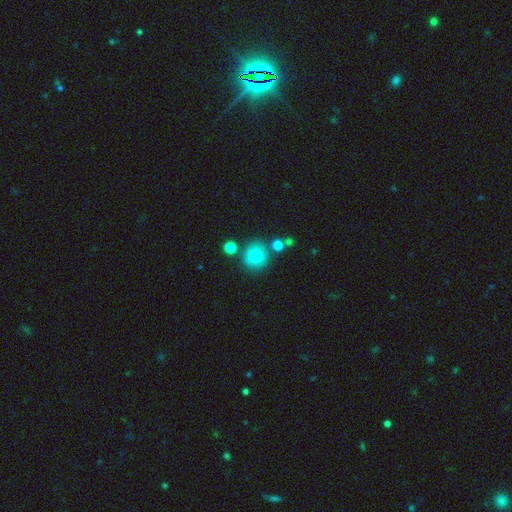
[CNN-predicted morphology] This appears to be a smooth galaxy with no disk features (77%) that is round (89%). Merging: none (76%).